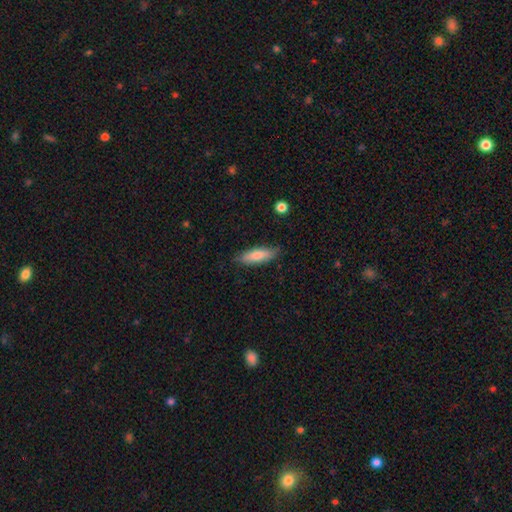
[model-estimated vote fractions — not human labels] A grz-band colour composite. It shows a smooth galaxy with no disk features (79%) that is cigar-shaped (50%). Merging: none (80%).